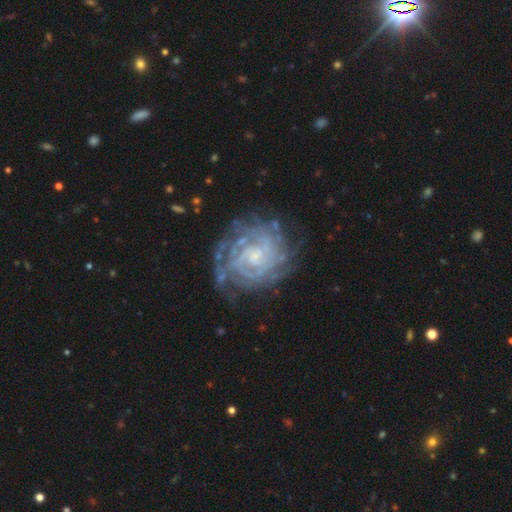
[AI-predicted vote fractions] Smooth or featured: featured or disk — 86% (smooth — 7%)
Edge-on disk: no — 98% (yes — 2%)
Bar: no — 60% (weak — 33%)
Spiral arms: yes — 95% (no — 5%)
Spiral winding: tight — 77% (medium — 19%)
Spiral arm count: can't tell — 38% (2 — 17%)
Bulge size: small — 58% (moderate — 29%)
Merging: none — 73% (minor disturbance — 17%)